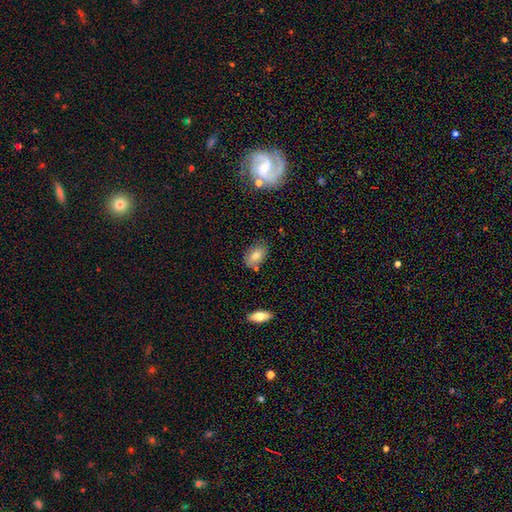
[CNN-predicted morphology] The model was most divided on "merging": none: 73%, minor disturbance: 18%, merger: 5%, major disturbance: 3%. More confident: how rounded — in between (90%); smooth or featured — smooth (76%).